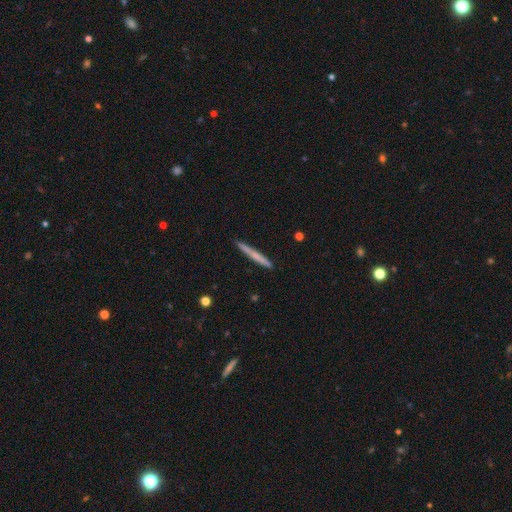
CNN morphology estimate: smooth-or-featured: smooth: 58% | featured or disk: 37% | star or artifact: 5%
  how-rounded: cigar-shaped: 97% | in between: 2% | round: 1%
  merging: none: 91% | minor disturbance: 7% | major disturbance: 1% | merger: 1%